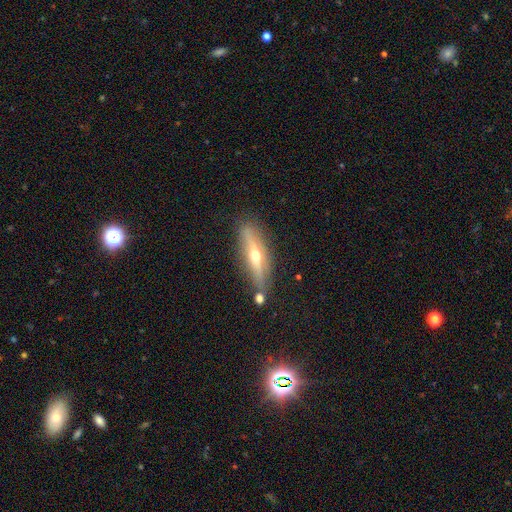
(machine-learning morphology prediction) Overall: featured or disk (67%). Edge-on disk: yes (90%). Edge-on bulge: rounded (94%). Merging: none (79%).